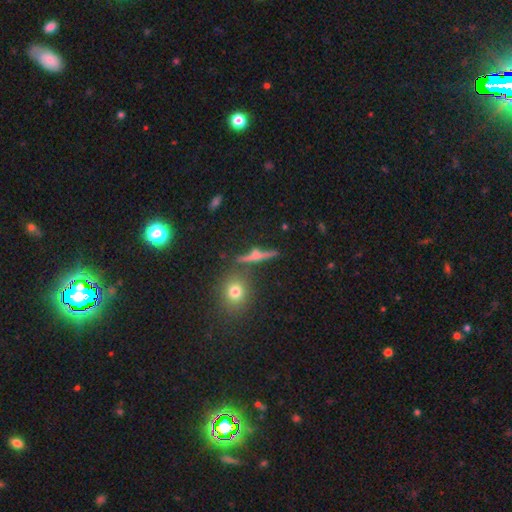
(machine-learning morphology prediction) smooth-or-featured: featured or disk: 55% | smooth: 29% | star or artifact: 16%
  disk-edge-on: yes: 89% | no: 11%
  merging: none: 75% | minor disturbance: 11% | merger: 8% | major disturbance: 5%